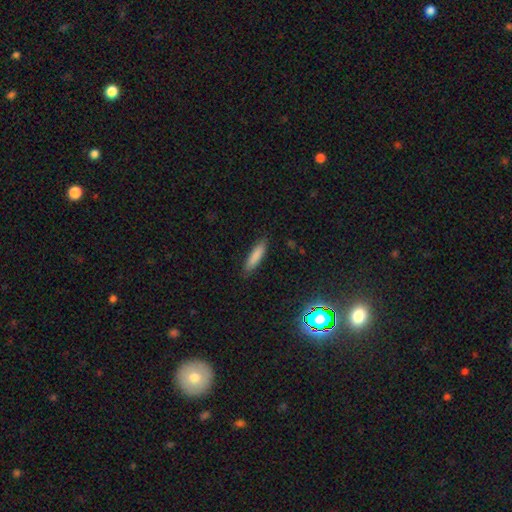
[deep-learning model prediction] Overall: smooth (85%). How rounded: cigar-shaped (71%). Merging: none (86%).